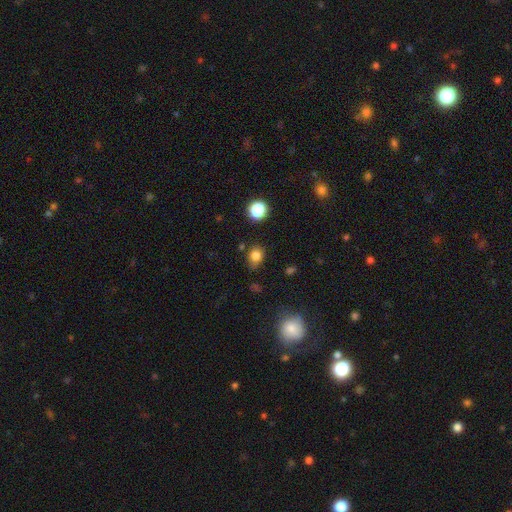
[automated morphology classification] A smooth galaxy with no disk features (81%) that is round (54%). Merging: none (71%).